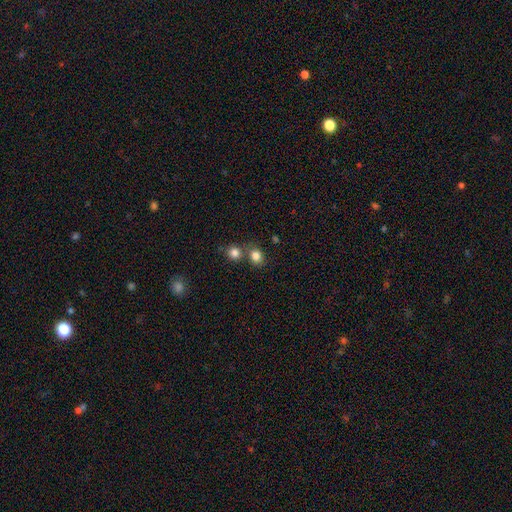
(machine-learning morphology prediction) Smooth or featured? Predicted: smooth (p=0.82). How rounded? Predicted: round (p=0.71). Merging? Predicted: none (p=0.60).